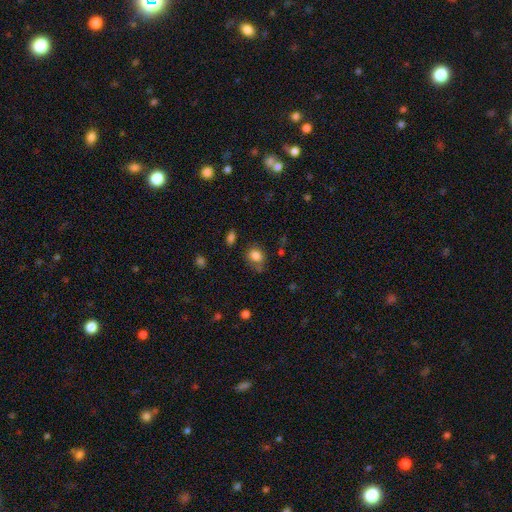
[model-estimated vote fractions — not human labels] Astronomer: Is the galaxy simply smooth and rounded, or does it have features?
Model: smooth — 81%.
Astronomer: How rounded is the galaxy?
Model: round — 52% (runner-up: in between, 47%).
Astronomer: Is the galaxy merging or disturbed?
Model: none — 59%.